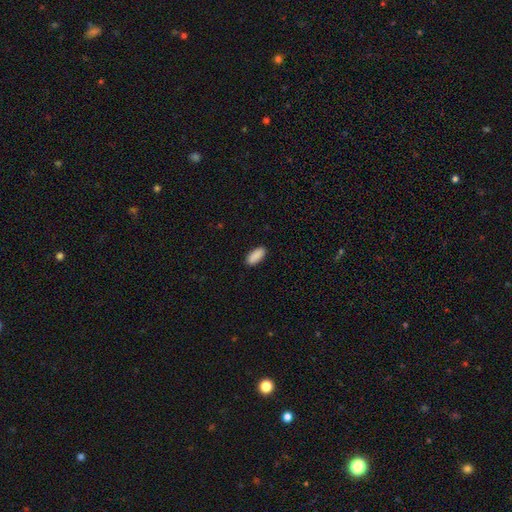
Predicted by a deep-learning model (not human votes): A smooth galaxy with no disk features (90%) that is in between round and cigar-shaped (82%). Merging: none (90%).